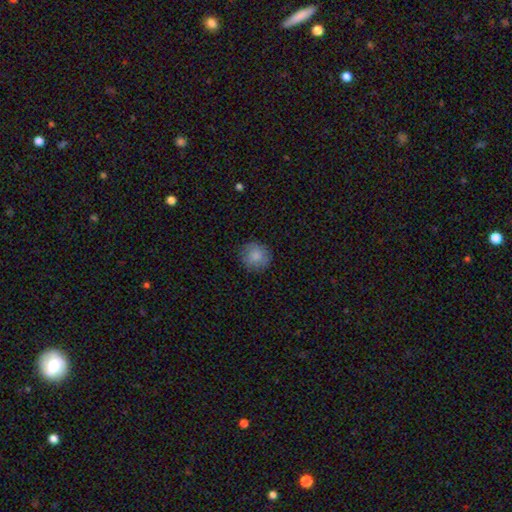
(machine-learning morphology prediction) The model was most divided on "merging": none: 84%, minor disturbance: 12%, major disturbance: 3%, merger: 1%. More confident: how rounded — round (89%); smooth or featured — smooth (84%).